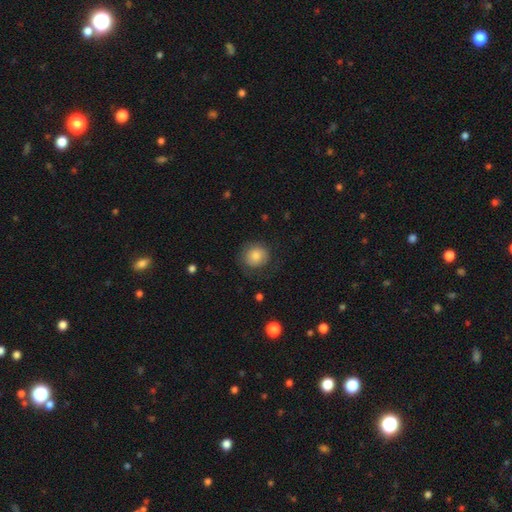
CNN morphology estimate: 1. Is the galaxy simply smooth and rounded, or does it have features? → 79% smooth, 12% featured or disk, 8% star or artifact.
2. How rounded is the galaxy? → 87% round, 12% in between, 1% cigar-shaped.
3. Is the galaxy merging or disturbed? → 73% none, 17% minor disturbance, 9% major disturbance, 1% merger.